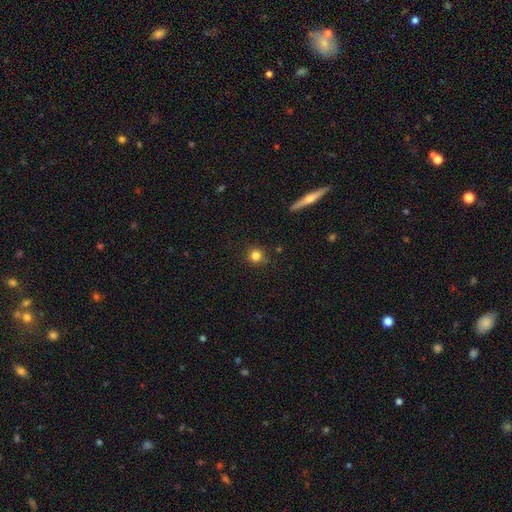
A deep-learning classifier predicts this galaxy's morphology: This appears to be a smooth galaxy with no disk features (81%) that is round (92%). Merging: none (84%).